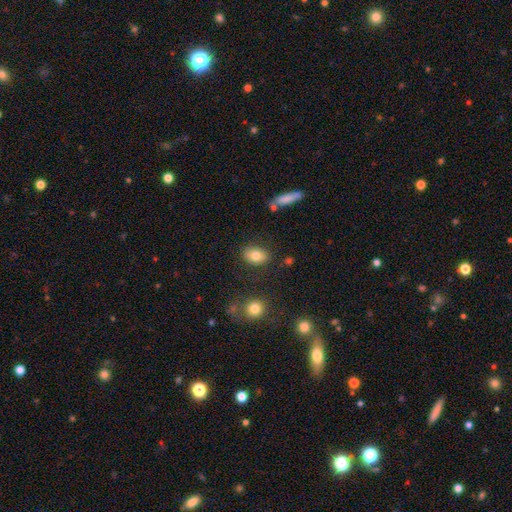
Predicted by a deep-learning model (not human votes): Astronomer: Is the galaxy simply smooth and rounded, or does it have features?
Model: smooth — 79%.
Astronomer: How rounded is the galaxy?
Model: in between — 76%.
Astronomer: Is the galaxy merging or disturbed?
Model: none — 83%.